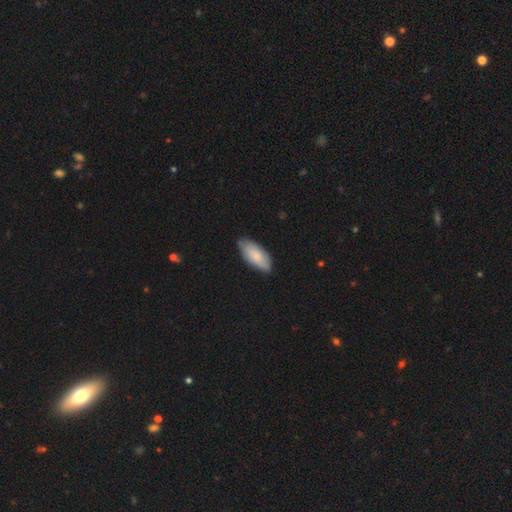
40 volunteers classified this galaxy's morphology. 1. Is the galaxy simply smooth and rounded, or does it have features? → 75% smooth, 15% featured or disk, 10% star or artifact.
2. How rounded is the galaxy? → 93% in between, 3% round, 3% cigar-shaped.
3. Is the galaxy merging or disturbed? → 69% none, 22% minor disturbance, 6% major disturbance, 3% merger.